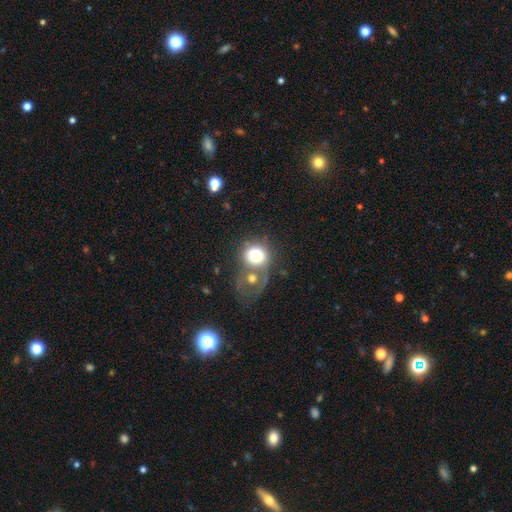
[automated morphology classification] type=smooth (72%); roundness=round (74%); merging=merger (48%).